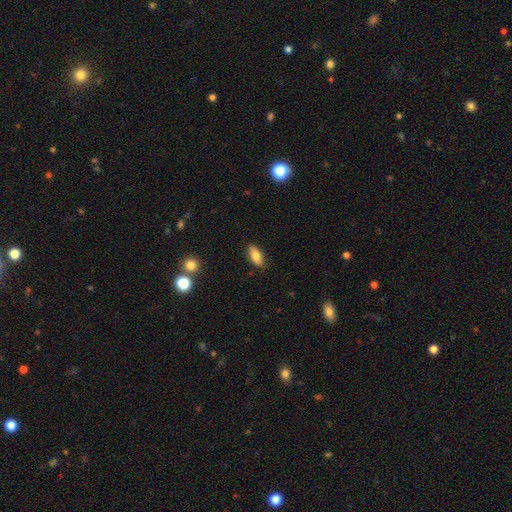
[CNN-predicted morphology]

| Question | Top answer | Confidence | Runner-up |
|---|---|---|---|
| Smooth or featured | smooth | 81% | featured or disk (12%) |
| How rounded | in between | 84% | cigar-shaped (13%) |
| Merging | none | 87% | minor disturbance (9%) |